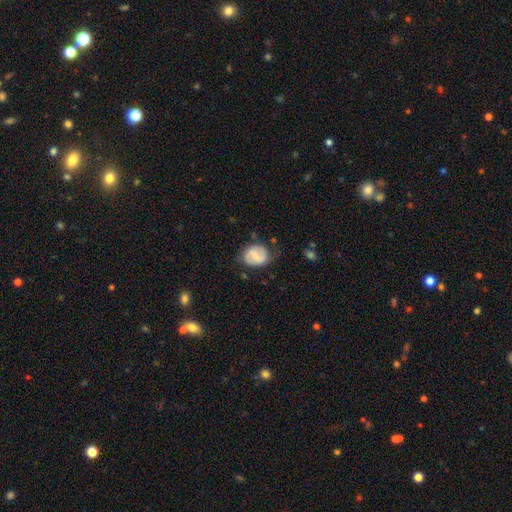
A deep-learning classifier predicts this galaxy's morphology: smooth-or-featured: smooth: 54% | featured or disk: 39% | star or artifact: 7%
  how-rounded: round: 56% | in between: 43% | cigar-shaped: 1%
  merging: none: 69% | minor disturbance: 22% | major disturbance: 7% | merger: 2%